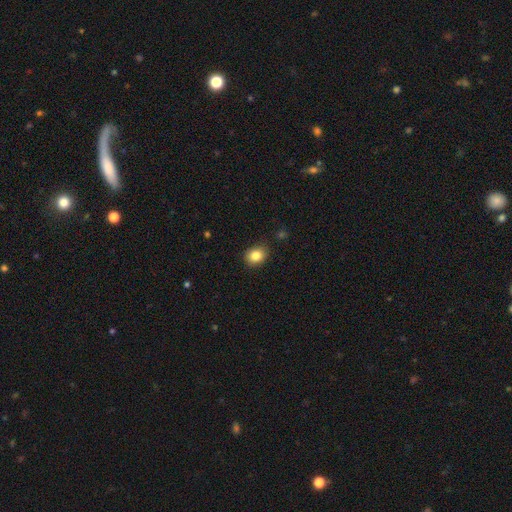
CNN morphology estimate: This appears to be a smooth galaxy with no disk features (84%) that is round (57%). Merging: none (85%).